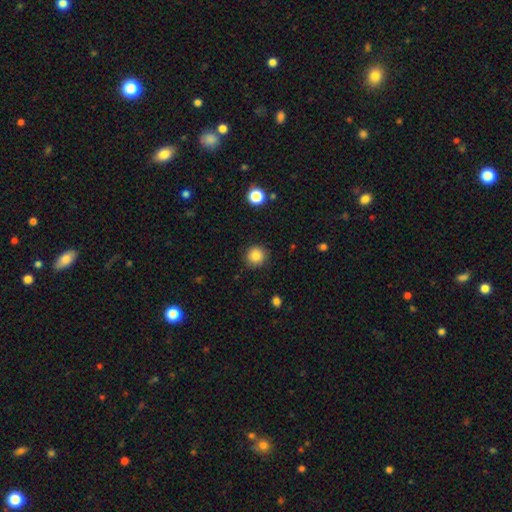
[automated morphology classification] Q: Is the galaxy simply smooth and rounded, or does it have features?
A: smooth — 84%.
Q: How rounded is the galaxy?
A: round — 93%.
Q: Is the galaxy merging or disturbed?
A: none — 89%.